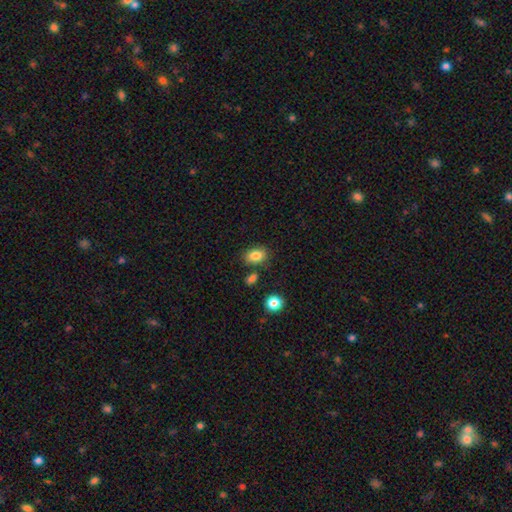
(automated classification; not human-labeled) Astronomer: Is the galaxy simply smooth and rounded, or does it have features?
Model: smooth — 83%.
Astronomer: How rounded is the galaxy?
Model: in between — 74%.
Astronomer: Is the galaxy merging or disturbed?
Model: none — 75%.